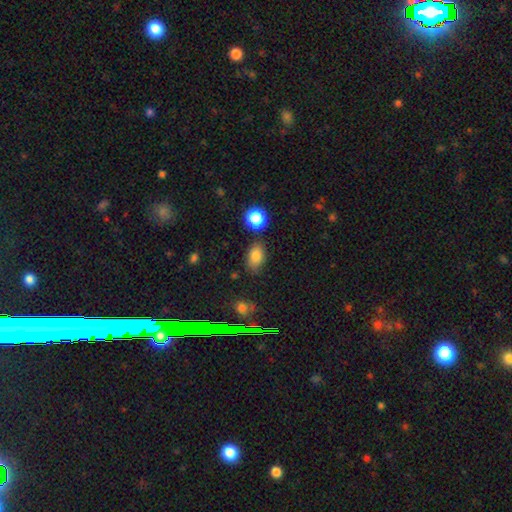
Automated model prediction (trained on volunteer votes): A smooth galaxy with no disk features (81%) that is in between round and cigar-shaped (84%). Merging: none (74%).